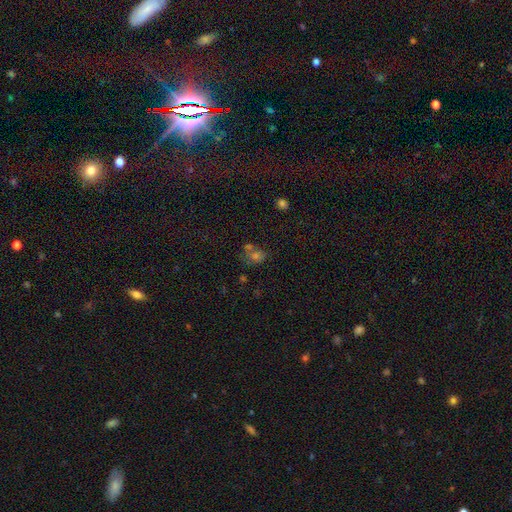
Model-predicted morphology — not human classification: Smooth or featured: smooth — 51% (star or artifact — 34%)
How rounded: round — 60% (in between — 38%)
Merging: none — 54% (merger — 23%)